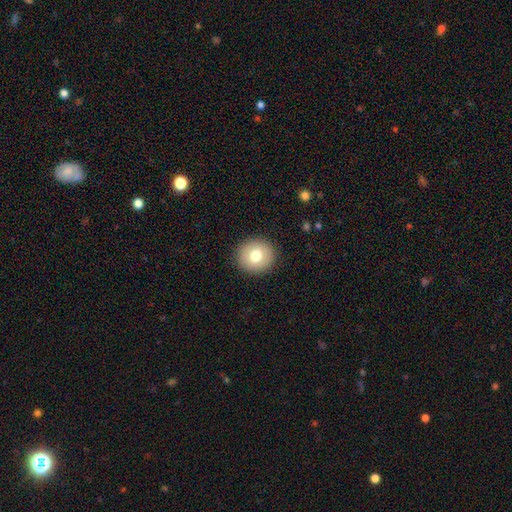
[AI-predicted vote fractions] The model was most divided on "smooth or featured": smooth: 75%, featured or disk: 16%, star or artifact: 10%. More confident: merging — none (91%); how rounded — round (90%).